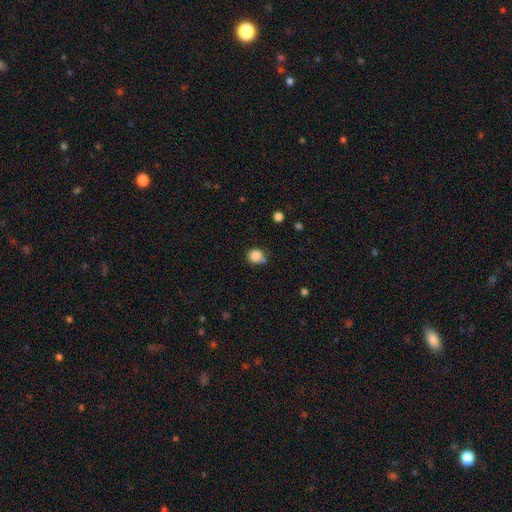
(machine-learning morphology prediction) Smooth or featured? smooth (85%)
How rounded? round (86%)
Merging? none (63%)